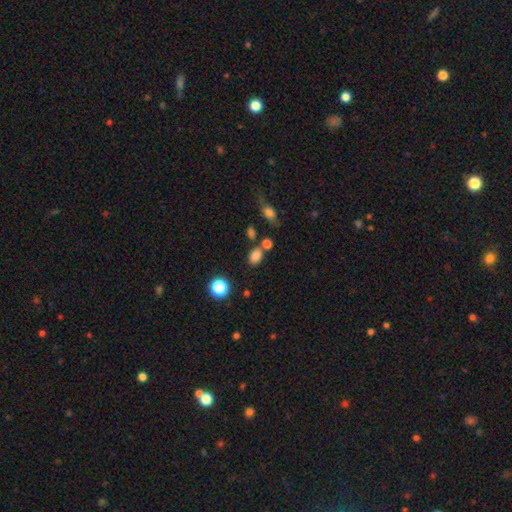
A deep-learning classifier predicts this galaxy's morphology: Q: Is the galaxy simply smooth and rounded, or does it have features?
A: smooth — 81%.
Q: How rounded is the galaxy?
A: in between — 73%.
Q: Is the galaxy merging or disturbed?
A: none — 68%.